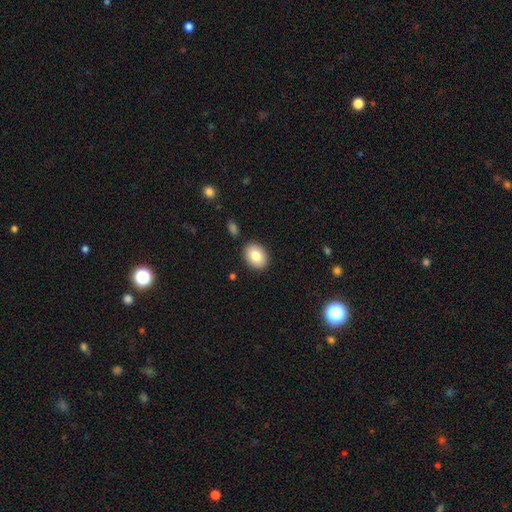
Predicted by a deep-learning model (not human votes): A smooth galaxy with no disk features (82%) that is in between round and cigar-shaped (71%). Merging: none (87%).